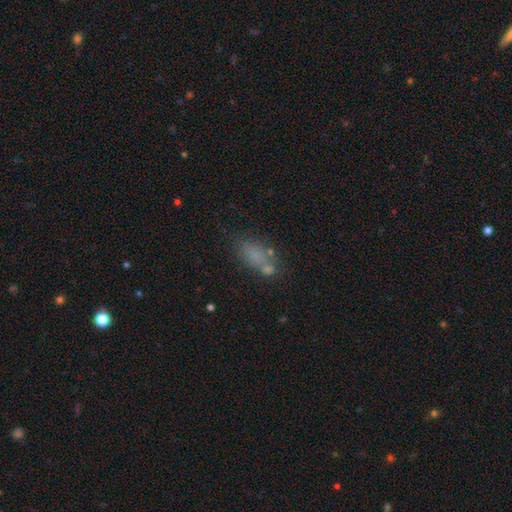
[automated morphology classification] A smooth galaxy with no disk features (65%) that is in between round and cigar-shaped (78%).

Vote fractions:
- Smooth or featured? smooth: 65% / featured or disk: 19% / star or artifact: 16%
- How rounded? in between: 78% / cigar-shaped: 15% / round: 7%
- Merging? none: 51% / merger: 20% / minor disturbance: 18% / major disturbance: 11%